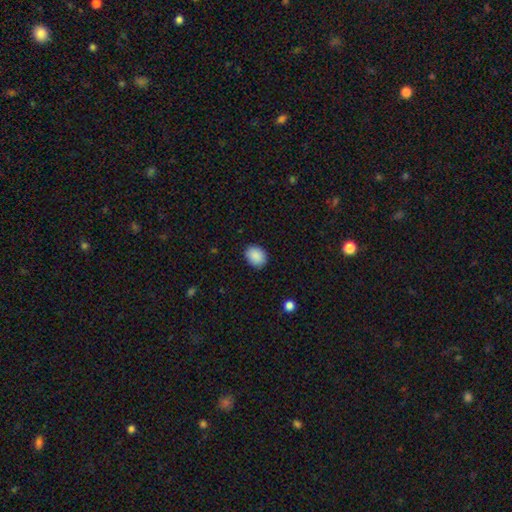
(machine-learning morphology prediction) This appears to be a smooth galaxy with no disk features (89%) that is in between round and cigar-shaped (57%). Merging: none (87%).